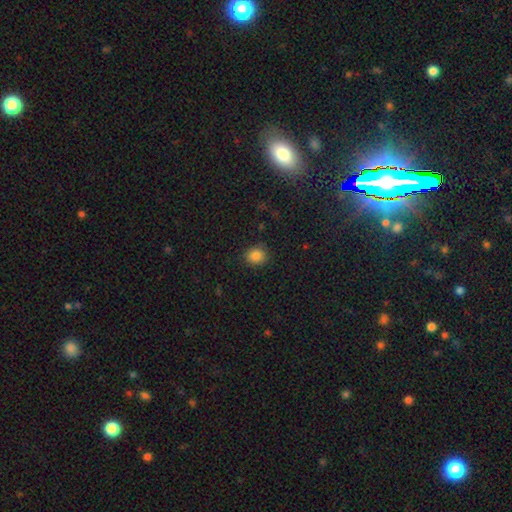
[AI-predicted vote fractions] This is clearly a smooth galaxy (85%). How rounded: likely round (80%). Merging: clearly none (87%).